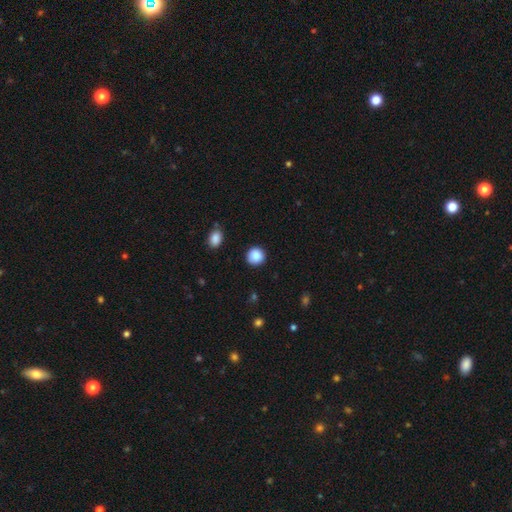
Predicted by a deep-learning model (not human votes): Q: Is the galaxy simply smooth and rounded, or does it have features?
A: smooth — 88%.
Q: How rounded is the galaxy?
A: round — 92%.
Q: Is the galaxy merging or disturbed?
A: none — 90%.